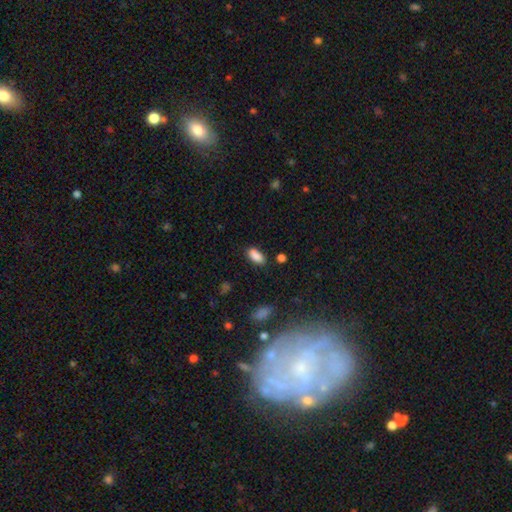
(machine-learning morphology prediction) smooth 88%, star or artifact 8%, featured or disk 4%. Down the decision tree: how rounded — in between (88%); merging — none (81%).